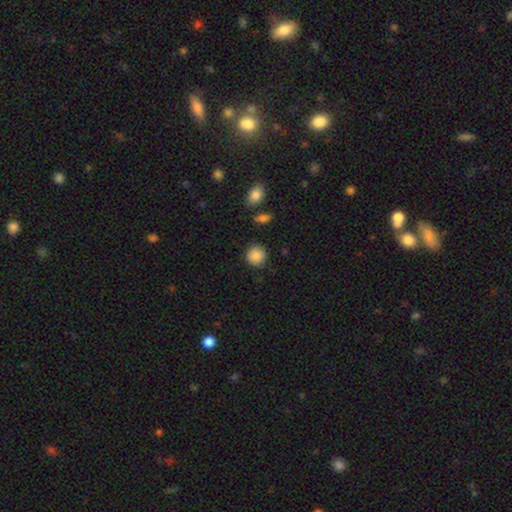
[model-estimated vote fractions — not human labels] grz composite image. It shows a smooth galaxy with no disk features (87%) that is round (92%). Merging: none (89%).